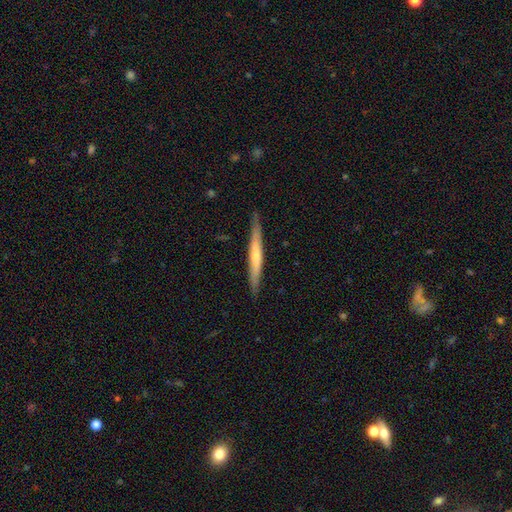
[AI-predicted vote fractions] This is possibly a smooth galaxy (48%). Merging: clearly none (87%).